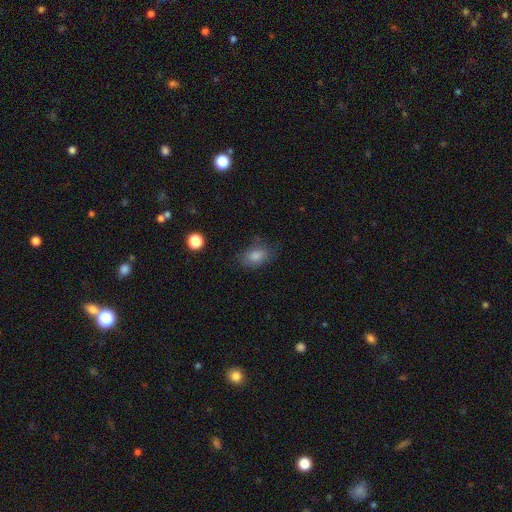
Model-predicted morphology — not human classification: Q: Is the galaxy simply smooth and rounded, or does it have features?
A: smooth — 78%.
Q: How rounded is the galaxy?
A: in between — 80%.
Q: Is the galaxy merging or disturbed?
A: none — 76%.